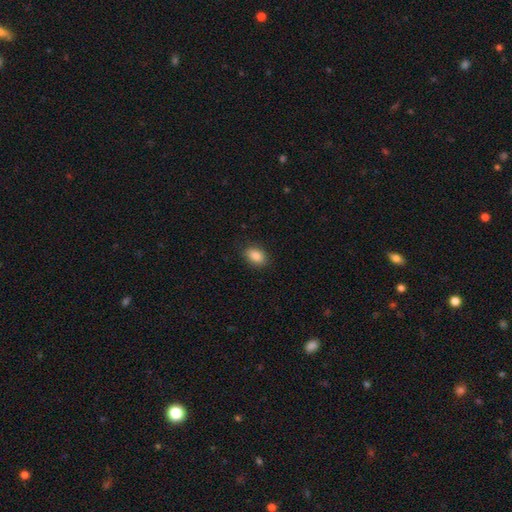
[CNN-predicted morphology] Q: Smooth or featured?
A: smooth (87%); runner-up: star or artifact (8%)
Q: How rounded?
A: in between (84%); runner-up: round (15%)
Q: Merging?
A: none (87%); runner-up: minor disturbance (10%)